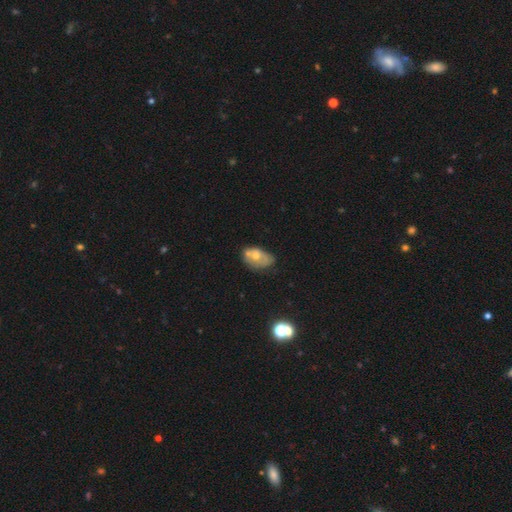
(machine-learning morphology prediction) This appears to be a smooth galaxy with no disk features (53%) that is in between round and cigar-shaped (84%). Merging: none (37%).